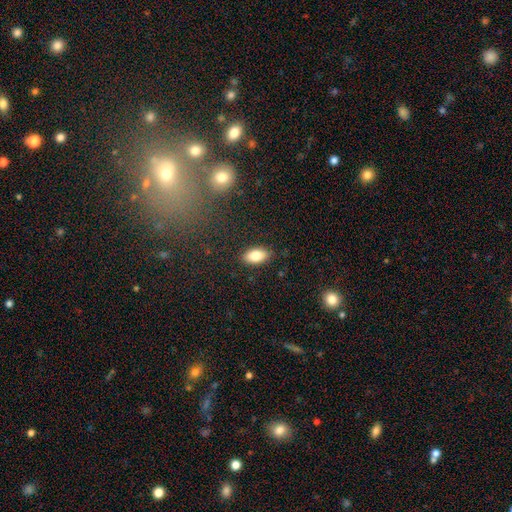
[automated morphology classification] This is clearly a smooth galaxy (84%). How rounded: clearly in between (92%). Merging: clearly none (86%).